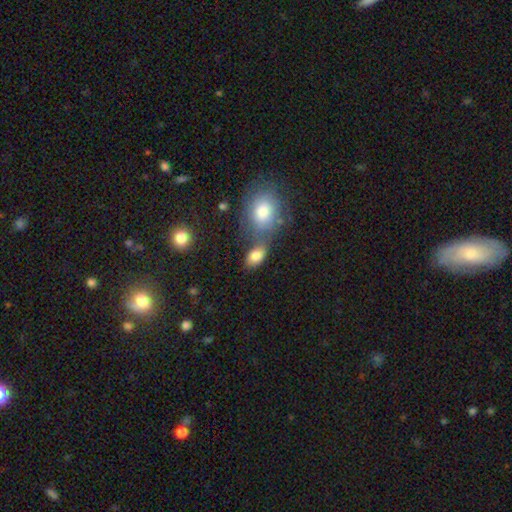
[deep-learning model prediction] Morphology: type=smooth (81%); roundness=in between (83%); merging=none (45%).